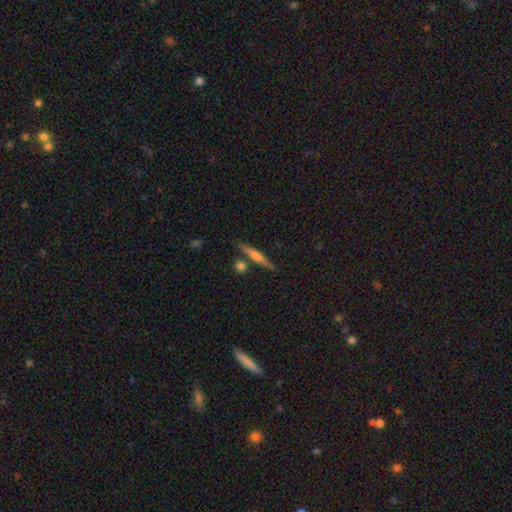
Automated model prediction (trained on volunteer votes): Smooth or featured?
  - featured or disk: 50% *
  - smooth: 44%
  - star or artifact: 7%
Merging?
  - none: 81% *
  - minor disturbance: 9%
  - merger: 7%
  - major disturbance: 2%